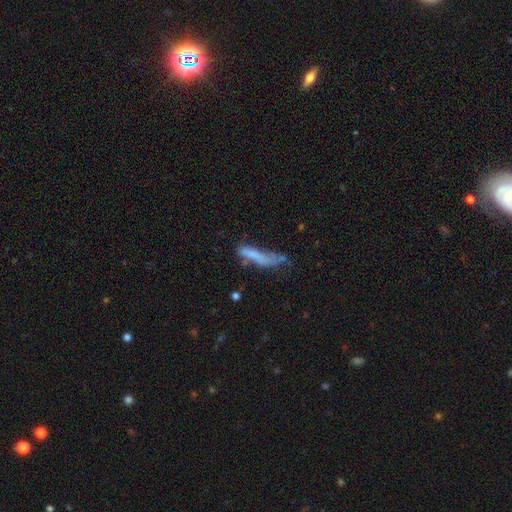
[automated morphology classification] Smooth or featured: smooth — 62% (featured or disk — 28%)
How rounded: cigar-shaped — 76% (in between — 22%)
Merging: none — 33% (minor disturbance — 29%)